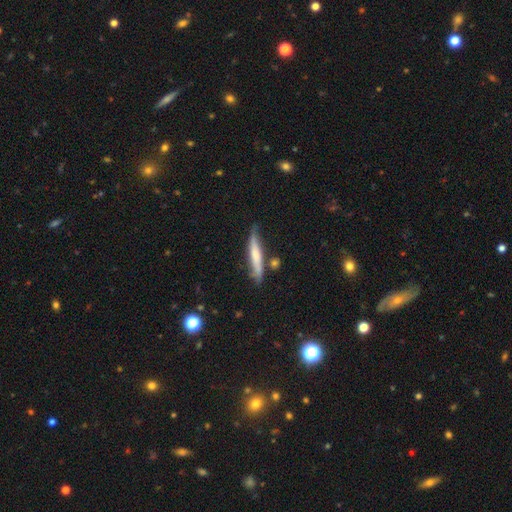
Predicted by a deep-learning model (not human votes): smooth-or-featured: smooth: 54% | featured or disk: 41% | star or artifact: 6%
  how-rounded: cigar-shaped: 90% | in between: 9% | round: 2%
  merging: none: 64% | minor disturbance: 23% | merger: 8% | major disturbance: 5%